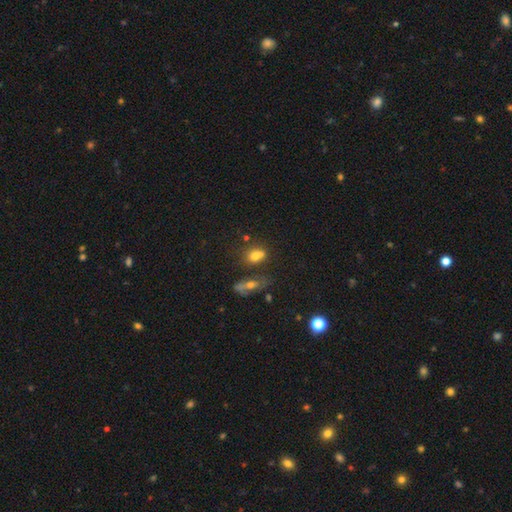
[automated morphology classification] smooth 69%, star or artifact 16%, featured or disk 15%. Down the decision tree: how rounded — in between (62%); merging — none (40%).